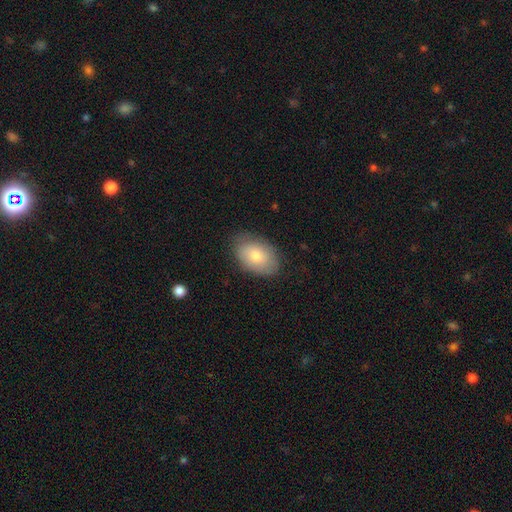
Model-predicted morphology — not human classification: A smooth galaxy with no disk features (77%) that is in between round and cigar-shaped (88%). Merging: none (79%).